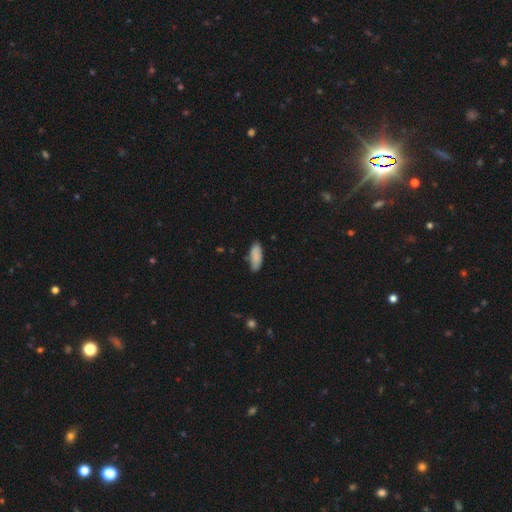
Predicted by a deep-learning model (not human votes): Smooth or featured: smooth — 87% (featured or disk — 7%)
How rounded: in between — 74% (cigar-shaped — 25%)
Merging: none — 78% (minor disturbance — 17%)